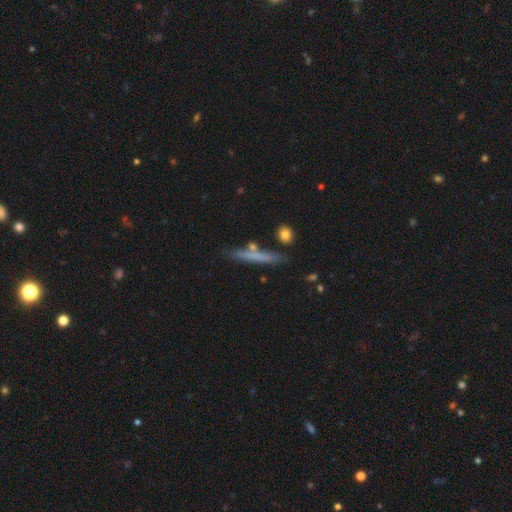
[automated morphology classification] This is possibly a smooth galaxy (60%). How rounded: clearly cigar-shaped (93%). Merging: likely none (79%).